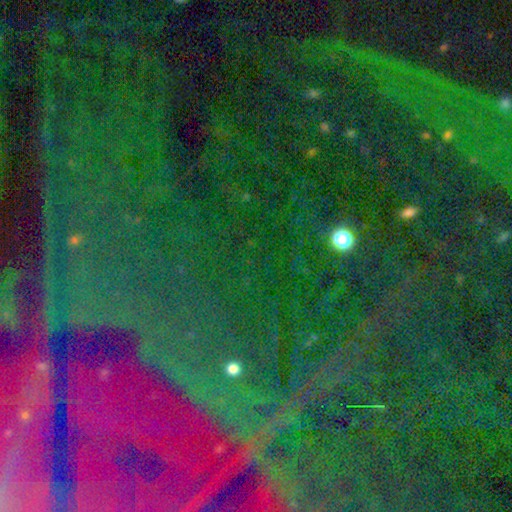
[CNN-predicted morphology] type=star or artifact (75%).